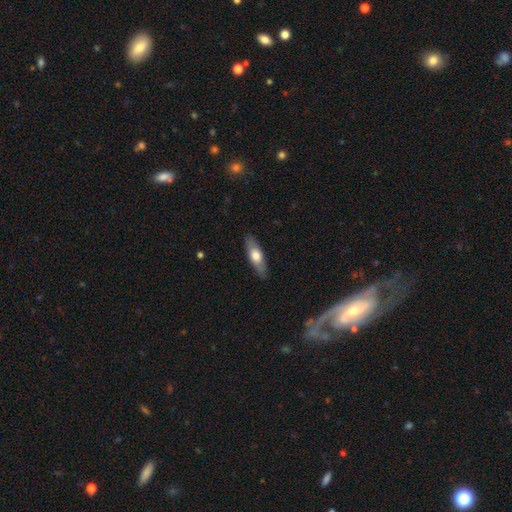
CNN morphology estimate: type=smooth (58%); roundness=cigar-shaped (50%); merging=none (87%).